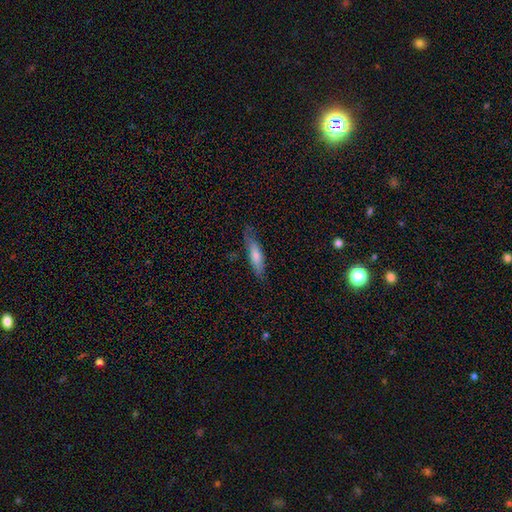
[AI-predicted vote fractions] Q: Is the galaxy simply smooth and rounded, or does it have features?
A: smooth — 70%.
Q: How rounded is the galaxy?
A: cigar-shaped — 63%.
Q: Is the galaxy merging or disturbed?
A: none — 71%.